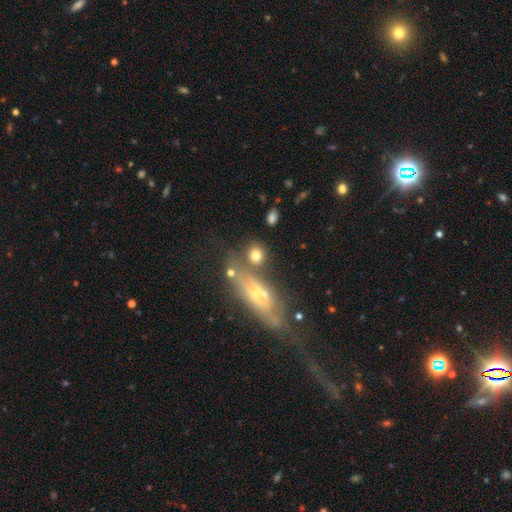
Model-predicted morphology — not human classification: smooth 72%, featured or disk 17%, star or artifact 11%. Down the decision tree: how rounded — round (70%); merging — none (63%).